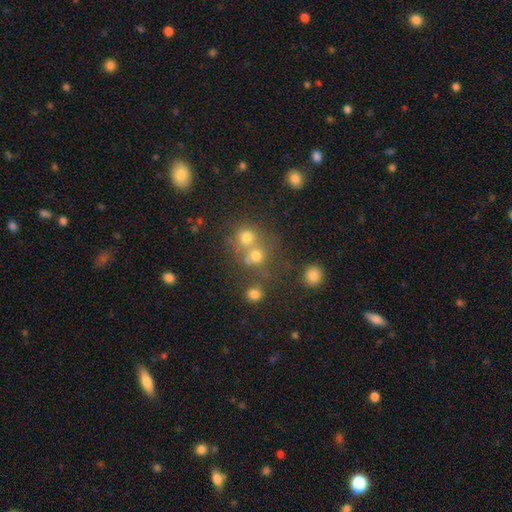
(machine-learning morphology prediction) The model was most divided on "merging": none: 48%, merger: 39%, minor disturbance: 8%, major disturbance: 5%. More confident: how rounded — round (83%); smooth or featured — smooth (71%).